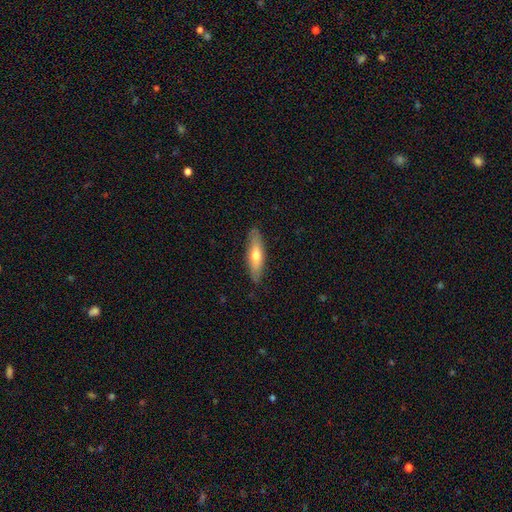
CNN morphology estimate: Smooth or featured: smooth — 58% (featured or disk — 36%)
How rounded: cigar-shaped — 66% (in between — 32%)
Merging: none — 85% (minor disturbance — 11%)